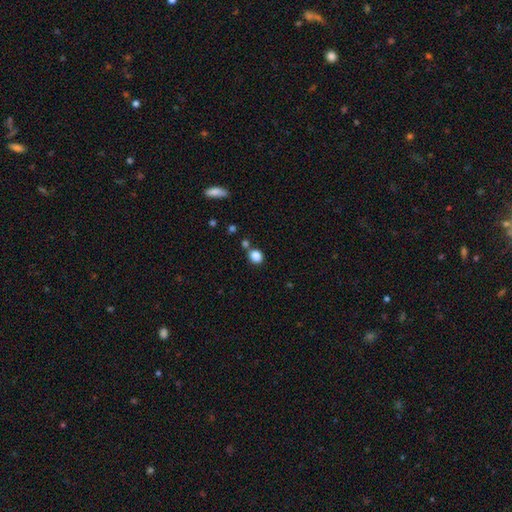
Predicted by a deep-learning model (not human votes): A smooth galaxy with no disk features (85%) that is round (64%). Merging: none (68%).